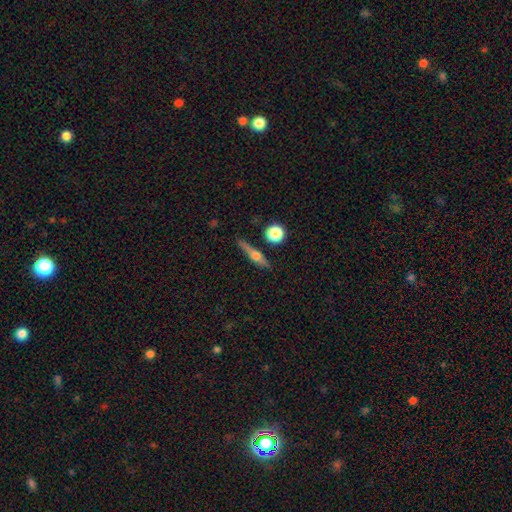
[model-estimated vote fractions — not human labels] This appears to be a featured or disk galaxy (62%) viewed edge-on (95%) with a rounded central bulge (93%). Merging: none (82%).